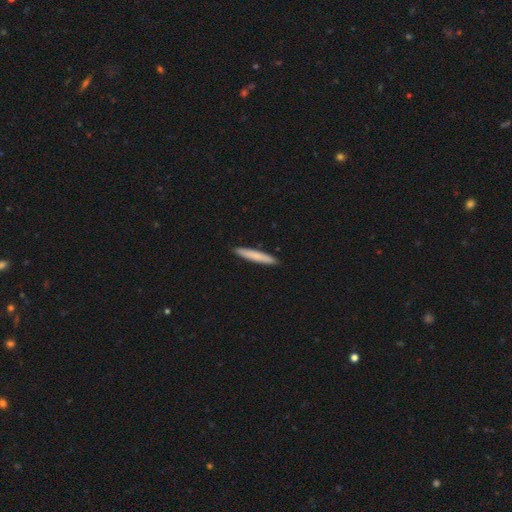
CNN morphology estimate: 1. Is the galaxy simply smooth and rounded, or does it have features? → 77% smooth, 18% featured or disk, 5% star or artifact.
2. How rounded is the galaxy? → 95% cigar-shaped, 4% in between, 1% round.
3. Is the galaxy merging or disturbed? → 92% none, 6% minor disturbance, 1% major disturbance, 1% merger.